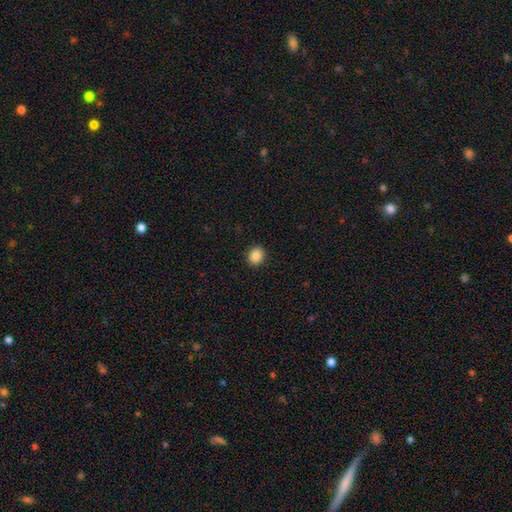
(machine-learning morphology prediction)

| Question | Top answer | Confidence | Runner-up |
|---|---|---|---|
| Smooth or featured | smooth | 87% | star or artifact (9%) |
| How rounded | round | 65% | in between (34%) |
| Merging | none | 91% | minor disturbance (6%) |